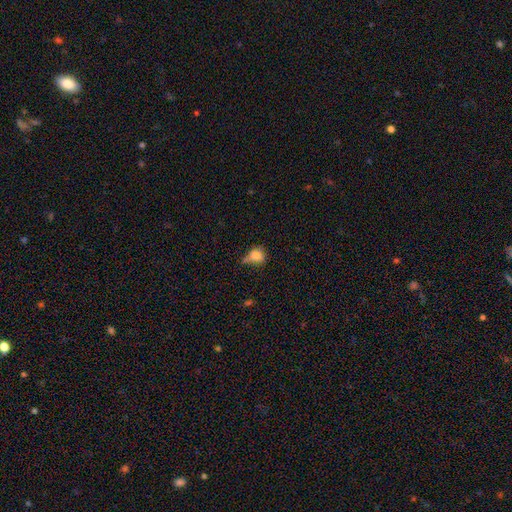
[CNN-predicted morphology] smooth_or_featured: smooth (p=0.77) [alt: star or artifact p=0.12]
how_rounded: in between (p=0.51) [alt: round p=0.46]
merging: minor disturbance (p=0.33) [alt: none p=0.32]